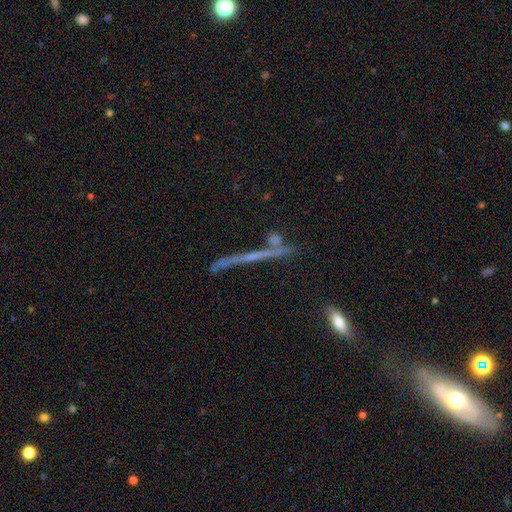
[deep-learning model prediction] This appears to be a featured or disk galaxy (62%) viewed edge-on (87%) with no central bulge (68%). Merging: none (61%).